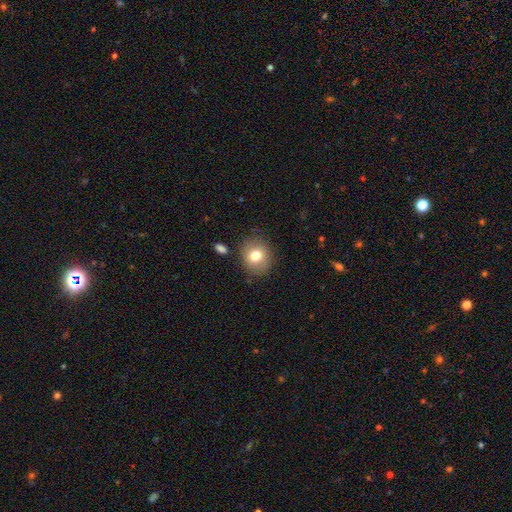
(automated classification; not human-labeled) This is likely a smooth galaxy (76%). How rounded: likely round (77%). Merging: clearly none (83%).